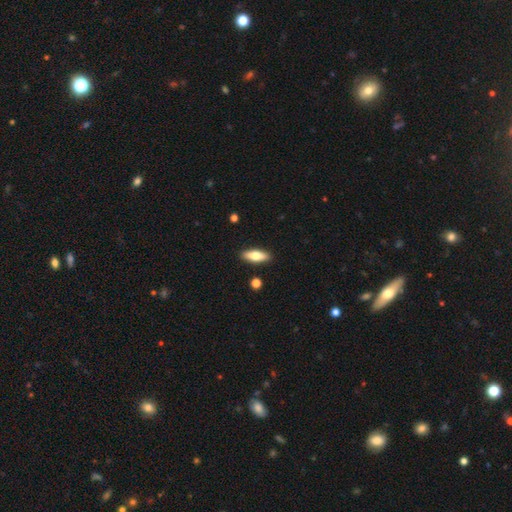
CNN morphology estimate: type=smooth (68%); roundness=in between (62%); merging=none (89%).